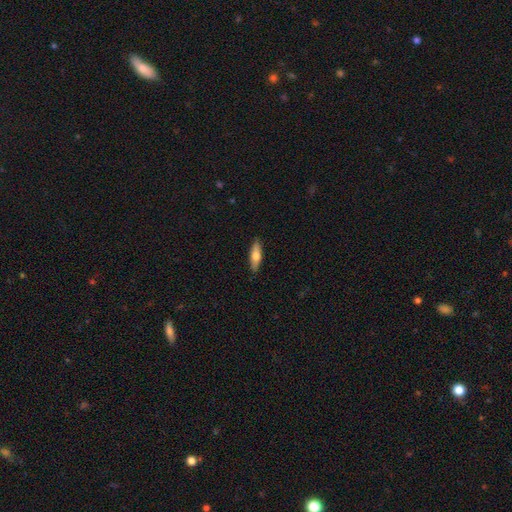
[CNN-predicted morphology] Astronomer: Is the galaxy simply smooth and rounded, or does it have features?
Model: smooth — 62%.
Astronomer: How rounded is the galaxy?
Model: cigar-shaped — 59% (runner-up: in between, 39%).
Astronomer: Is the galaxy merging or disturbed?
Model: none — 89%.